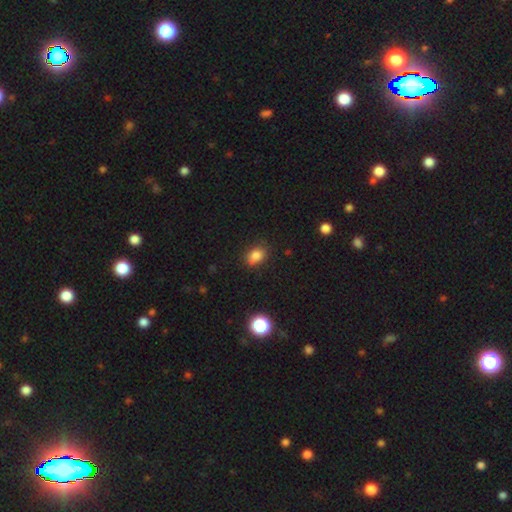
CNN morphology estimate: Smooth or featured? Predicted: smooth (p=0.83). How rounded? Predicted: in between (p=0.69). Merging? Predicted: none (p=0.77).